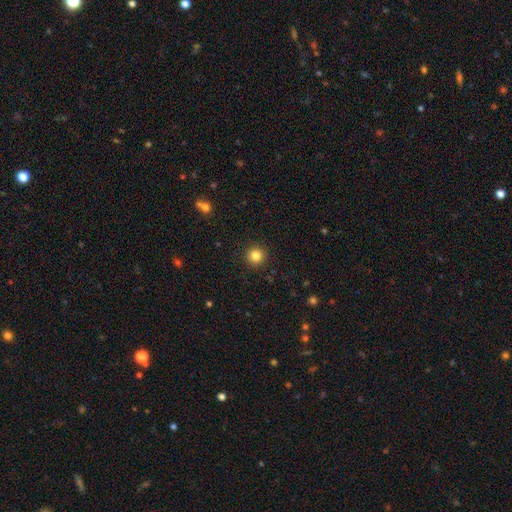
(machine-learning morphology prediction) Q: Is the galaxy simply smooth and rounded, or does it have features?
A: smooth — 84%.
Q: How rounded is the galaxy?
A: round — 95%.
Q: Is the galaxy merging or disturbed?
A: none — 93%.